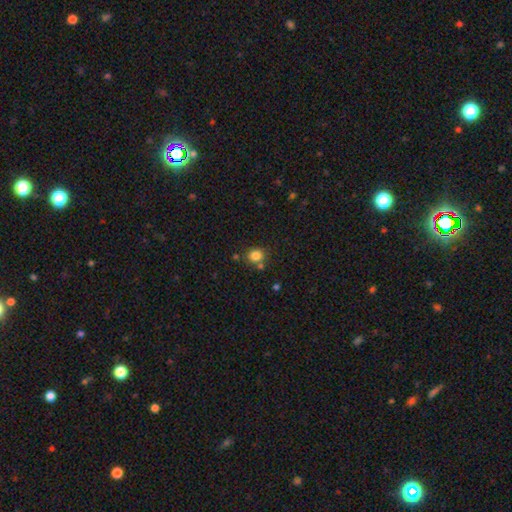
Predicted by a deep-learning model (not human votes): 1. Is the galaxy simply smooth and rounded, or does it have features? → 82% smooth, 12% star or artifact, 6% featured or disk.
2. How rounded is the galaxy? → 76% round, 24% in between, 1% cigar-shaped.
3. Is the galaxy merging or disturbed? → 70% none, 15% merger, 11% minor disturbance, 4% major disturbance.